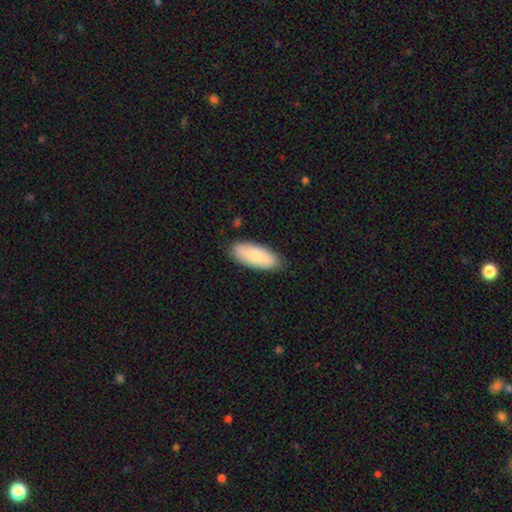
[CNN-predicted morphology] Smooth or featured: smooth — 80% (featured or disk — 15%)
How rounded: in between — 81% (cigar-shaped — 17%)
Merging: none — 85% (minor disturbance — 12%)